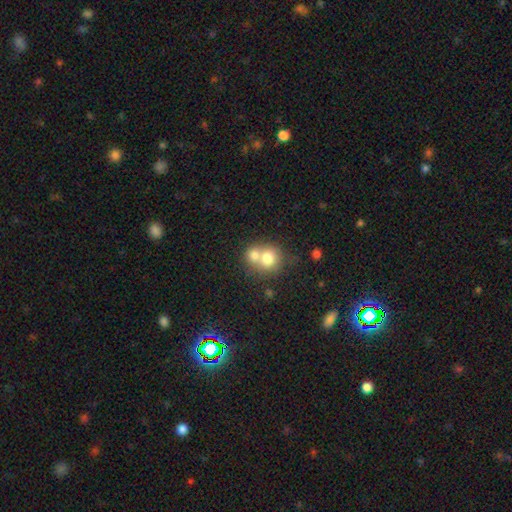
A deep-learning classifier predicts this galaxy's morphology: Smooth or featured? Predicted: smooth (p=0.65). How rounded? Predicted: round (p=0.82). Merging? Predicted: merger (p=0.55).